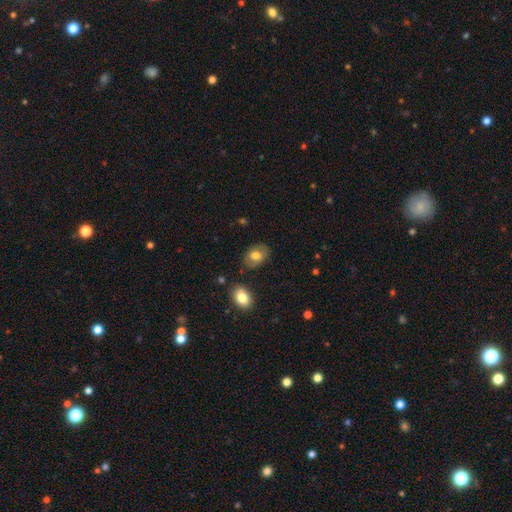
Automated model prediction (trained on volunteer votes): Morphology: type=smooth (70%); roundness=in between (82%); merging=none (80%).